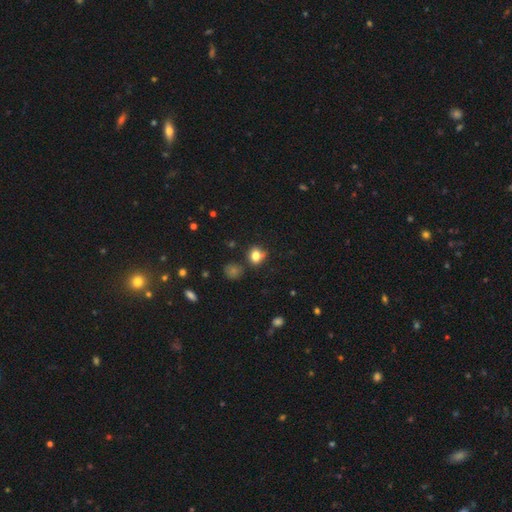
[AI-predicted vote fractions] Q: Smooth or featured?
A: smooth (79%); runner-up: star or artifact (13%)
Q: How rounded?
A: round (70%); runner-up: in between (29%)
Q: Merging?
A: none (67%); runner-up: minor disturbance (21%)